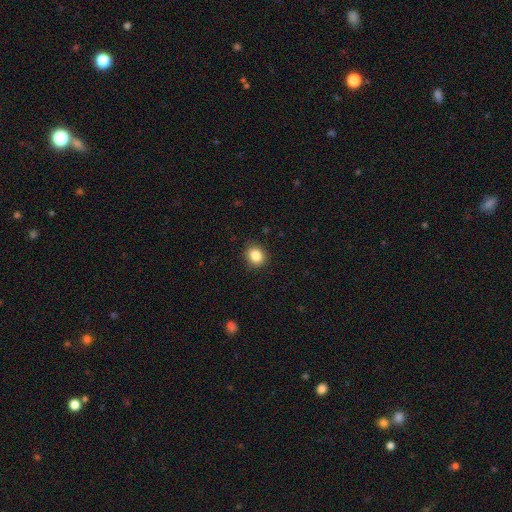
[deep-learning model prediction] smooth_or_featured: smooth (p=0.86) [alt: star or artifact p=0.10]
how_rounded: round (p=0.65) [alt: in between p=0.34]
merging: none (p=0.89) [alt: minor disturbance p=0.08]